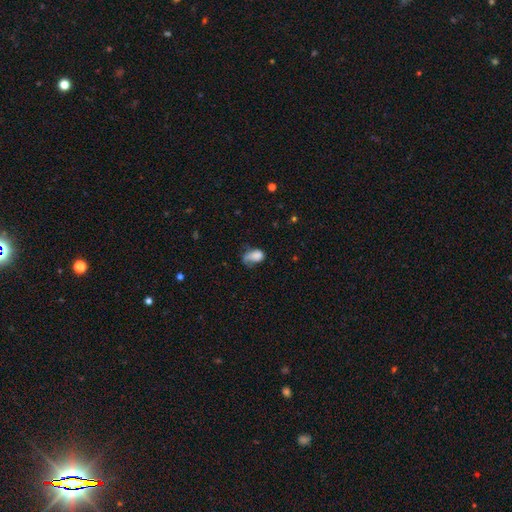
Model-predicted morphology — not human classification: The model was most divided on "merging": major disturbance: 38%, minor disturbance: 29%, none: 27%, merger: 5%. More confident: how rounded — in between (84%); smooth or featured — smooth (69%).